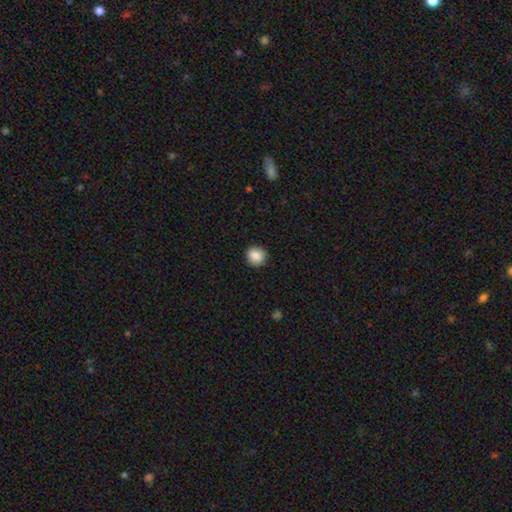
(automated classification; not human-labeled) smooth 86%, star or artifact 9%, featured or disk 6%. Down the decision tree: how rounded — round (89%); merging — none (89%).